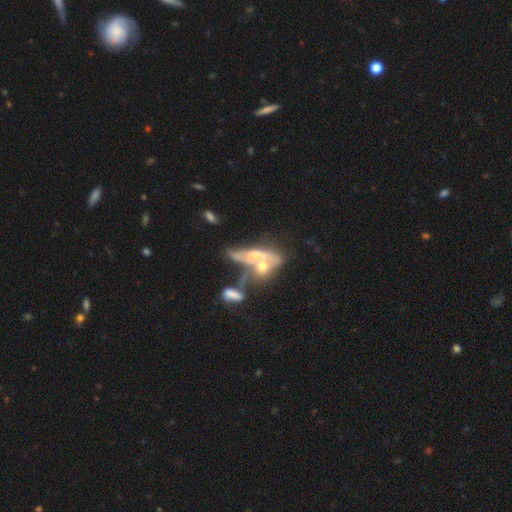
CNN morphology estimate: A featured or disk galaxy (58%). Merging: merger (68%).